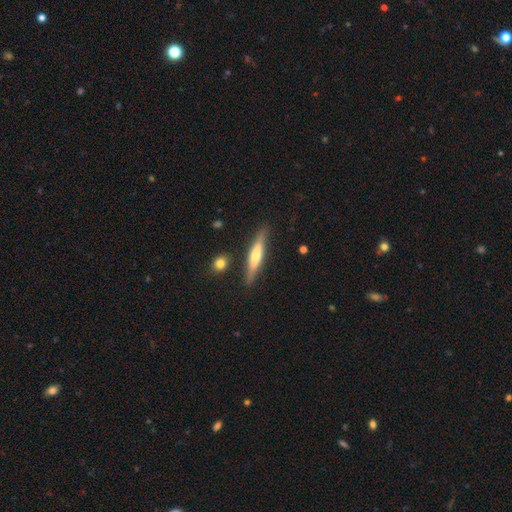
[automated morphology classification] smooth-or-featured: featured or disk: 56% | smooth: 37% | star or artifact: 6%
  disk-edge-on: yes: 92% | no: 8%
    edge-on-bulge: rounded: 80% | none: 12% | boxy: 7%
  merging: none: 84% | minor disturbance: 10% | merger: 3% | major disturbance: 2%